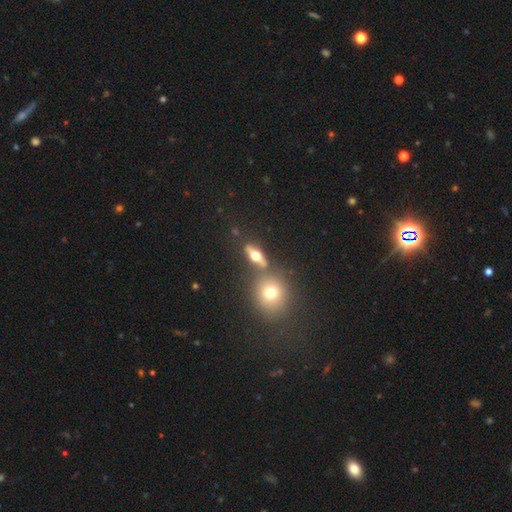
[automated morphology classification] Overall: featured or disk (46%; smooth 42%). Merging: none (73%).